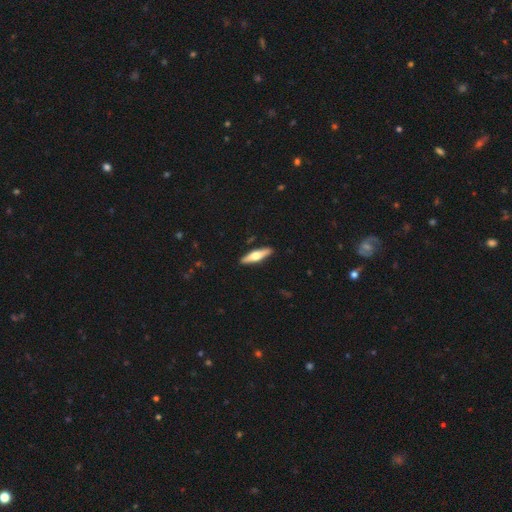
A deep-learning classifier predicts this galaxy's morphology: This is possibly a featured or disk galaxy (51%). It is clearly viewed edge-on (94%). Merging: clearly none (91%).